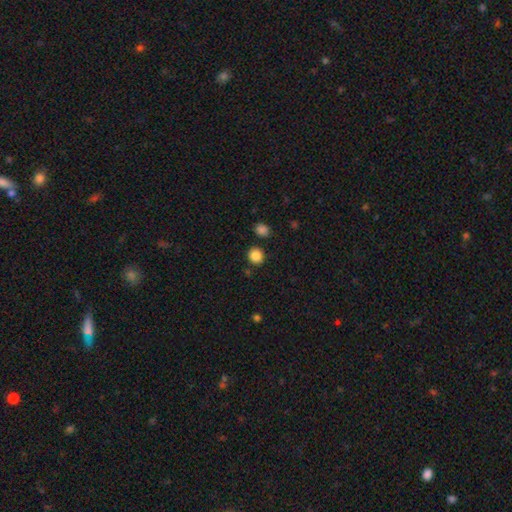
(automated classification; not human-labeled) Morphology: type=smooth (86%); roundness=round (89%); merging=none (87%).